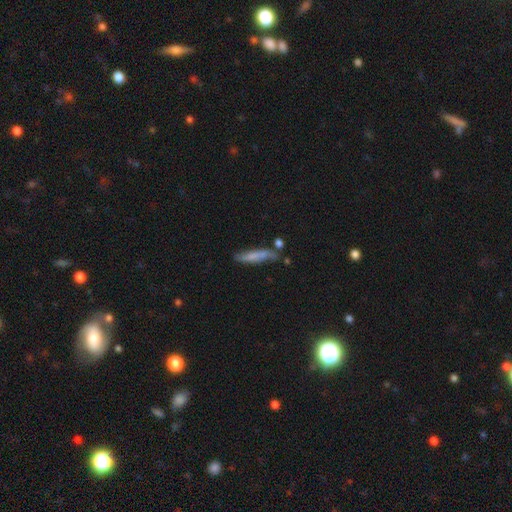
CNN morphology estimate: smooth-or-featured: smooth: 62% | featured or disk: 30% | star or artifact: 7%
  how-rounded: cigar-shaped: 86% | in between: 12% | round: 2%
  merging: none: 64% | minor disturbance: 22% | merger: 8% | major disturbance: 5%